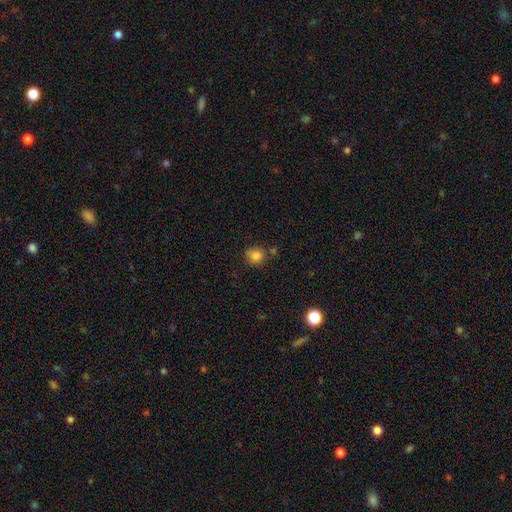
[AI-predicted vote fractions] Smooth or featured? smooth (83%)
How rounded? round (78%)
Merging? none (66%)